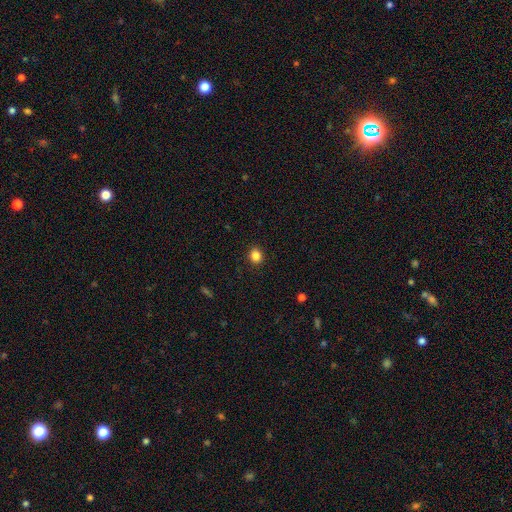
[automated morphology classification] smooth-or-featured: smooth: 85% | star or artifact: 11% | featured or disk: 4%
  how-rounded: round: 75% | in between: 24% | cigar-shaped: 1%
  merging: none: 91% | minor disturbance: 6% | major disturbance: 2% | merger: 1%